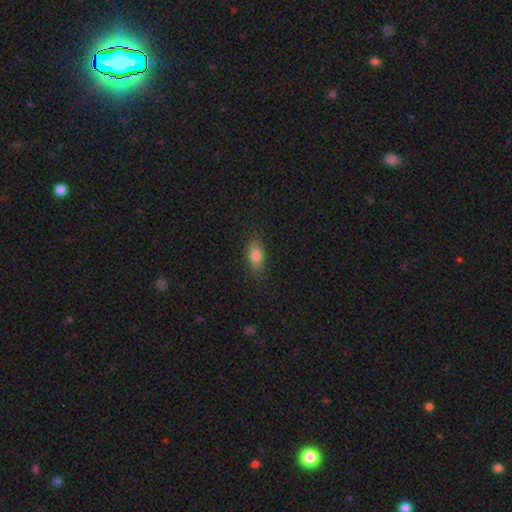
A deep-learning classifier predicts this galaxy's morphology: smooth 80%, featured or disk 11%, star or artifact 9%. Down the decision tree: how rounded — in between (82%); merging — none (84%).